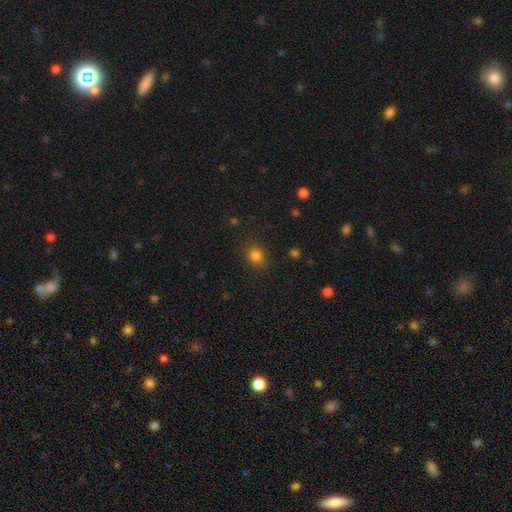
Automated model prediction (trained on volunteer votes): smooth-or-featured: smooth: 81% | star or artifact: 13% | featured or disk: 5%
  how-rounded: round: 66% | in between: 33% | cigar-shaped: 1%
  merging: none: 82% | minor disturbance: 12% | major disturbance: 4% | merger: 2%